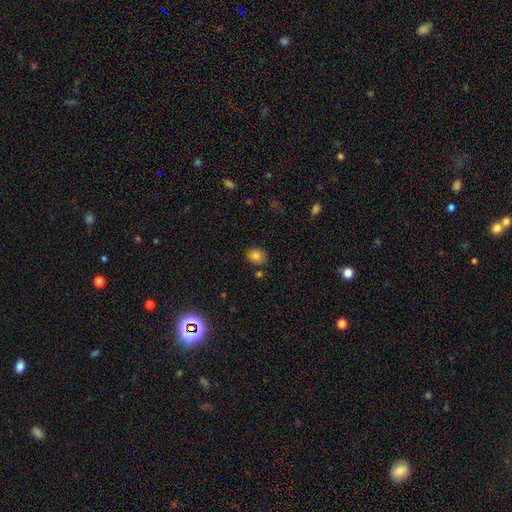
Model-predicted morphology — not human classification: A smooth galaxy with no disk features (81%) that is round (69%).

Vote fractions:
- Smooth or featured? smooth: 81% / star or artifact: 12% / featured or disk: 7%
- How rounded? round: 69% / in between: 30% / cigar-shaped: 1%
- Merging? none: 76% / minor disturbance: 16% / merger: 4% / major disturbance: 3%